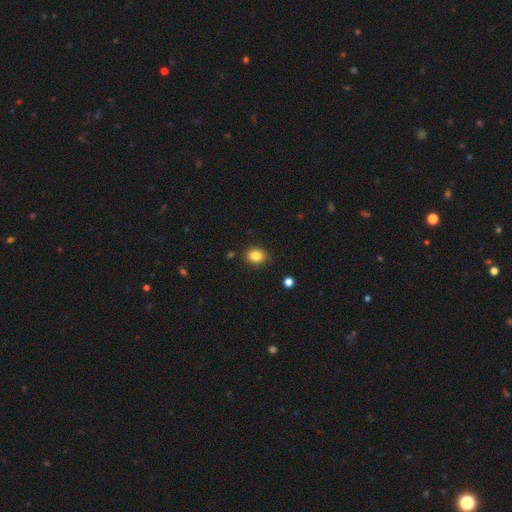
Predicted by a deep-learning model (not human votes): Morphology: type=smooth (84%); roundness=round (51%); merging=none (84%).